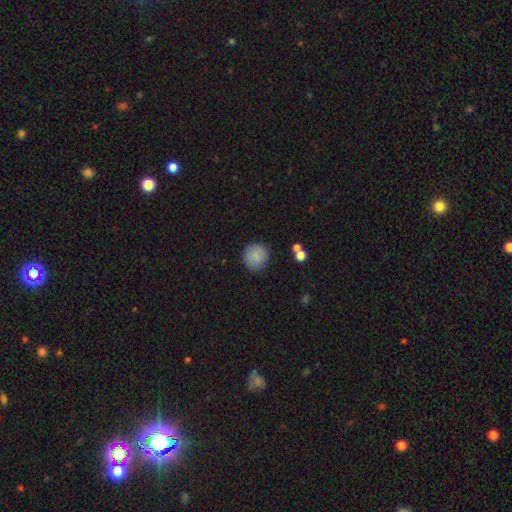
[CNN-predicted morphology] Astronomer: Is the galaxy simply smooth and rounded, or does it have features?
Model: smooth — 85%.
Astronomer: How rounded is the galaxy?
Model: round — 94%.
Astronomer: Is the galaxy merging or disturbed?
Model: none — 87%.